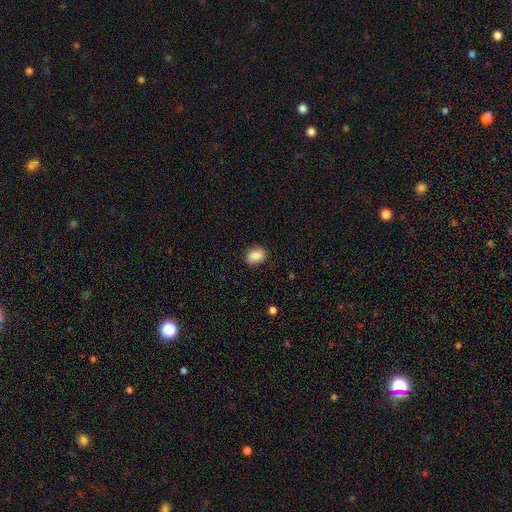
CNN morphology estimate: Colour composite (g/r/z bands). It shows a smooth galaxy with no disk features (89%) that is in between round and cigar-shaped (76%). Merging: none (86%).